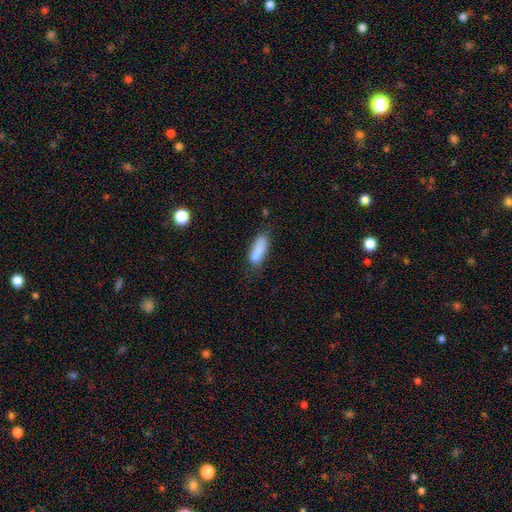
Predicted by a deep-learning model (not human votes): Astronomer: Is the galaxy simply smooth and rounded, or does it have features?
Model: smooth — 79%.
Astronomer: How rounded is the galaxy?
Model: in between — 70%.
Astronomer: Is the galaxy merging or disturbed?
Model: none — 47% (runner-up: minor disturbance, 26%).